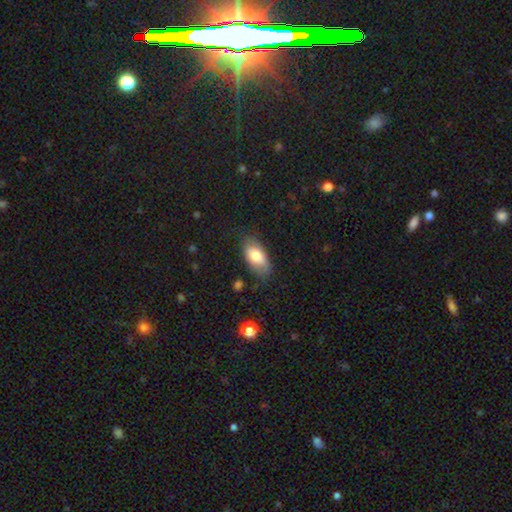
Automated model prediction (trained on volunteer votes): Smooth or featured?
  - smooth: 75% *
  - featured or disk: 18%
  - star or artifact: 6%
How rounded?
  - in between: 92% *
  - cigar-shaped: 4%
  - round: 4%
Merging?
  - none: 71% *
  - minor disturbance: 21%
  - major disturbance: 6%
  - merger: 2%